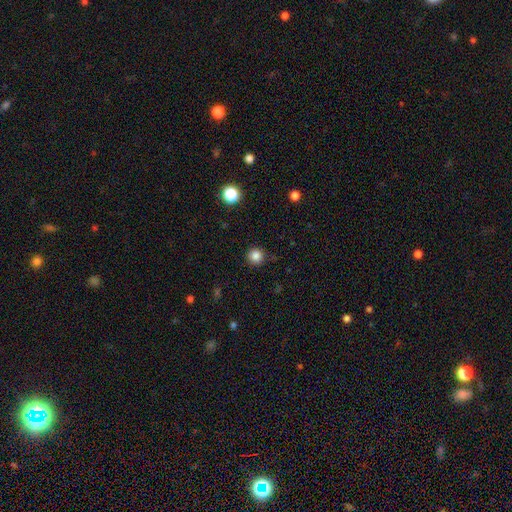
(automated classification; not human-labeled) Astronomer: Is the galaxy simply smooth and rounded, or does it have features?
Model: smooth — 84%.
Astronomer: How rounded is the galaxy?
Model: round — 95%.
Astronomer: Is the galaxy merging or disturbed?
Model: none — 90%.